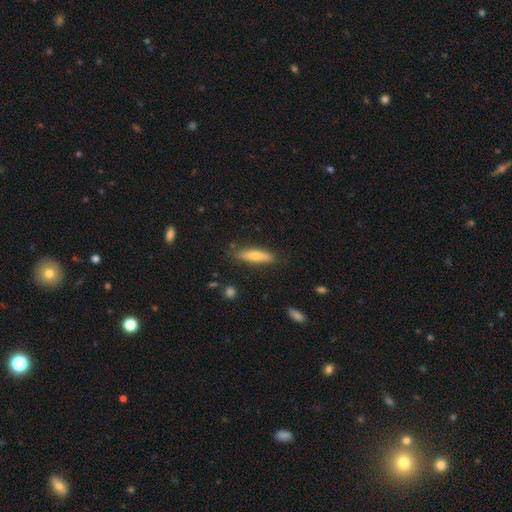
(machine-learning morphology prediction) This is likely a smooth galaxy (75%). How rounded: likely cigar-shaped (76%). Merging: clearly none (81%).